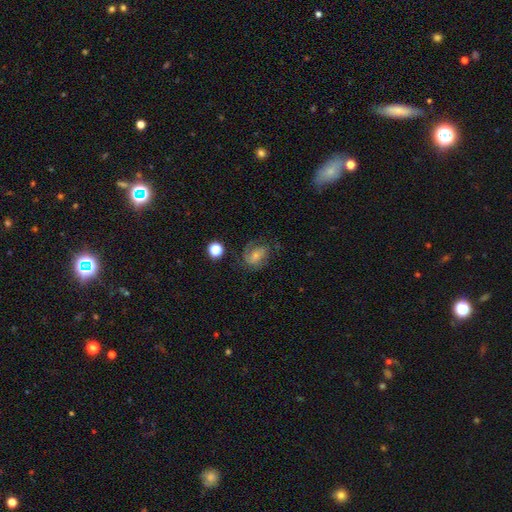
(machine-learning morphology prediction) A featured or disk galaxy (55%) with no bar (60%), spiral arms (83%) and a small central bulge (61%). Merging: none (58%).